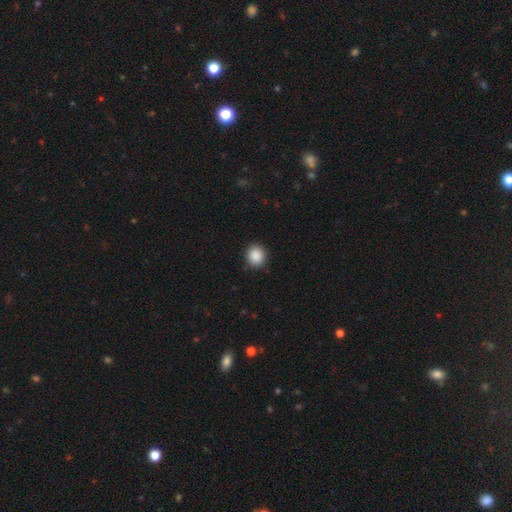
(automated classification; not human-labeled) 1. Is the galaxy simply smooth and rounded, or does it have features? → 89% smooth, 8% star or artifact, 3% featured or disk.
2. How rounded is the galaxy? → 84% round, 15% in between, 1% cigar-shaped.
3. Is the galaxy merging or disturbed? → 90% none, 7% minor disturbance, 2% major disturbance, 1% merger.